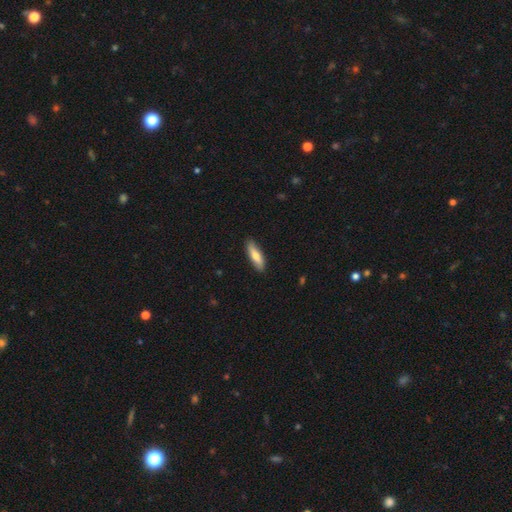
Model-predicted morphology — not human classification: A smooth galaxy with no disk features (67%) that is cigar-shaped (59%).

Vote fractions:
- Smooth or featured? smooth: 67% / featured or disk: 27% / star or artifact: 6%
- How rounded? cigar-shaped: 59% / in between: 38% / round: 2%
- Merging? none: 87% / minor disturbance: 10% / major disturbance: 2% / merger: 1%